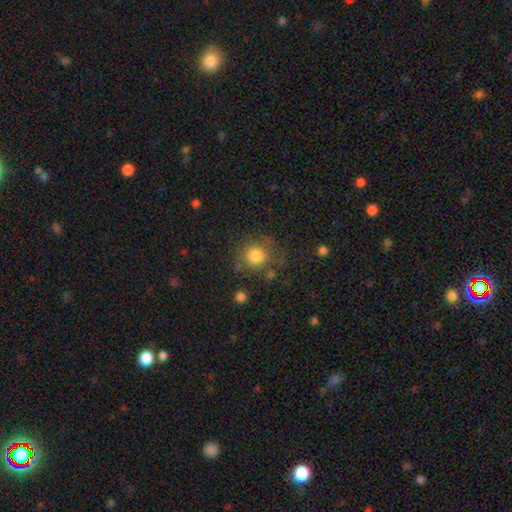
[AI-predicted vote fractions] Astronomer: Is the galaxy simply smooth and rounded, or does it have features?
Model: smooth — 82%.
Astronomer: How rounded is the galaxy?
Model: round — 90%.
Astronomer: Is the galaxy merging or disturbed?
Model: none — 74%.